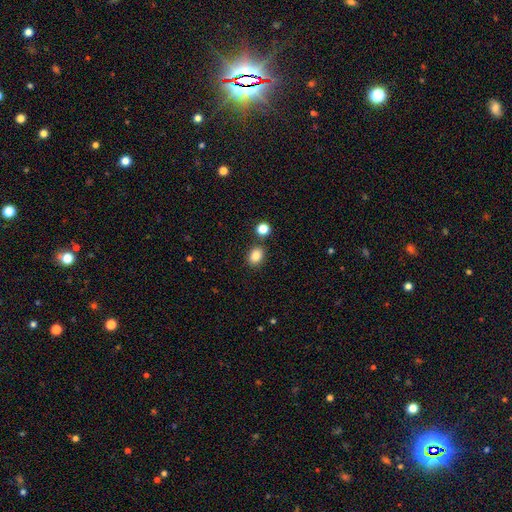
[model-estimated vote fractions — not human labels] This appears to be a smooth galaxy with no disk features (85%) that is in between round and cigar-shaped (57%). Merging: none (81%).